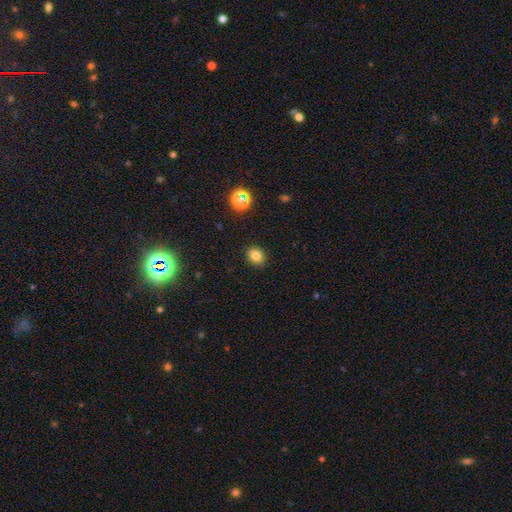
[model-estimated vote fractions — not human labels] Overall: smooth (81%). How rounded: round (52%; in between 47%). Merging: none (90%).